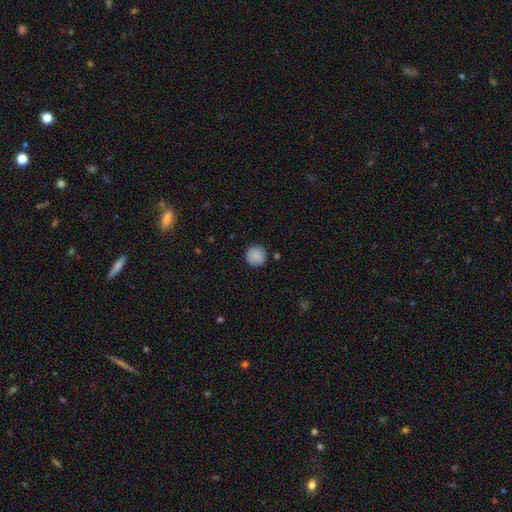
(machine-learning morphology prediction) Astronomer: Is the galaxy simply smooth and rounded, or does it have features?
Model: smooth — 87%.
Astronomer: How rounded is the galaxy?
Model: round — 95%.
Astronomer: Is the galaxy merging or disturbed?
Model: none — 89%.